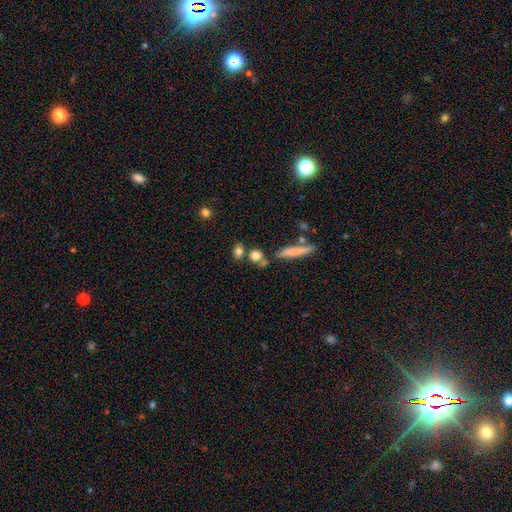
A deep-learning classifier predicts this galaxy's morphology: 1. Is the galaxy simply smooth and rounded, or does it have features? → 80% smooth, 10% featured or disk, 10% star or artifact.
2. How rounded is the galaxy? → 57% round, 31% in between, 13% cigar-shaped.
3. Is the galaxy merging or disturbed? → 64% none, 20% merger, 11% minor disturbance, 4% major disturbance.